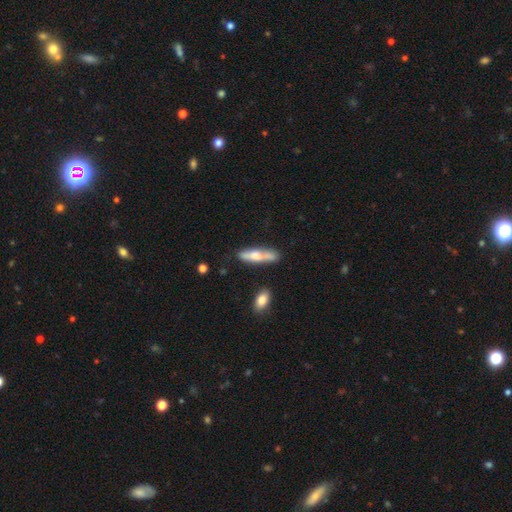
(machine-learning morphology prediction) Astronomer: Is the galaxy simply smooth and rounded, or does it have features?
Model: smooth — 61%.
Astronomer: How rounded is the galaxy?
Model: cigar-shaped — 71%.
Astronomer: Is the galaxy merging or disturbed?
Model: none — 65%.